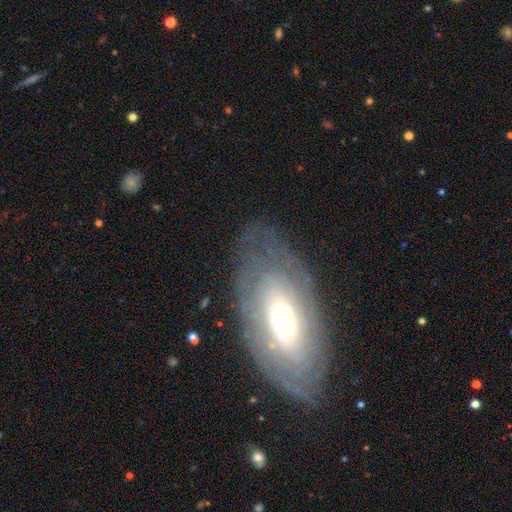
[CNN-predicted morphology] Smooth or featured: featured or disk — 64% (smooth — 28%)
Edge-on disk: no — 88% (yes — 12%)
Bar: no — 70% (weak — 21%)
Spiral arms: yes — 57% (no — 43%)
Bulge size: moderate — 47% (large — 33%)
Merging: none — 79% (minor disturbance — 14%)